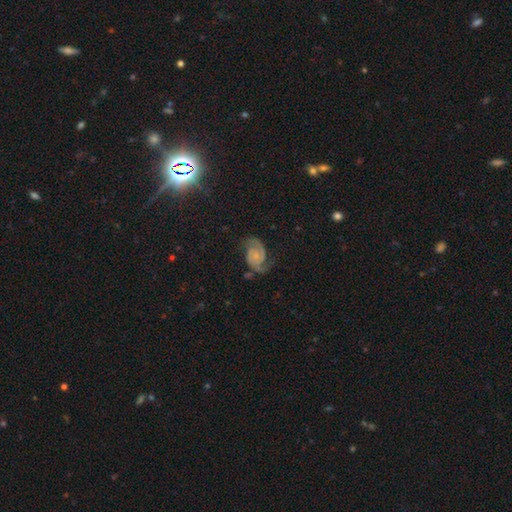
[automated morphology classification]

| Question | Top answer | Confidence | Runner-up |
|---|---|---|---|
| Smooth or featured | featured or disk | 85% | smooth (8%) |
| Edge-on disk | no | 98% | yes (2%) |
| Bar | no | 68% | weak (26%) |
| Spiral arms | yes | 97% | no (3%) |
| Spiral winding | medium | 52% | tight (28%) |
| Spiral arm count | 2 | 92% | can't tell (2%) |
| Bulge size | small | 56% | none (22%) |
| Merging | none | 70% | minor disturbance (18%) |